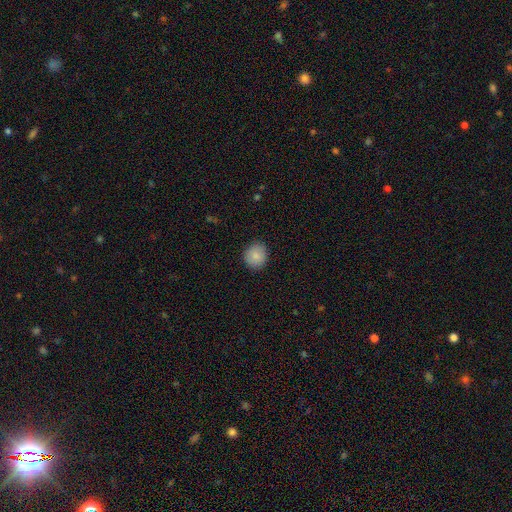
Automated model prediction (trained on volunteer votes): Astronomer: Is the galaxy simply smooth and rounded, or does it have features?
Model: smooth — 87%.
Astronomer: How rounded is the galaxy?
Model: round — 81%.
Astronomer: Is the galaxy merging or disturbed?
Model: none — 88%.